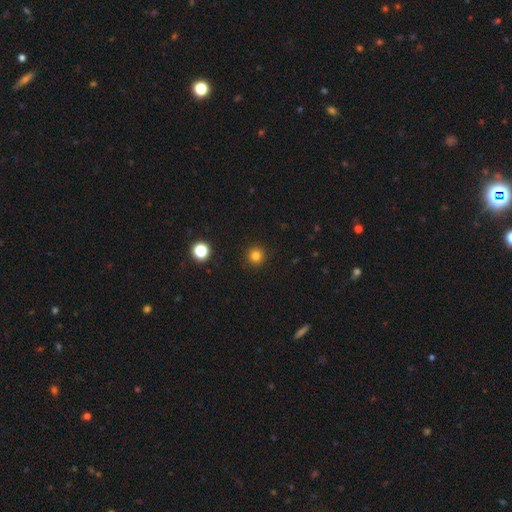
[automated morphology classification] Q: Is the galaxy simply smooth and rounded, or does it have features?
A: smooth — 82%.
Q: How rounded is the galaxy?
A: round — 95%.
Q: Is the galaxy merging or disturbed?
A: none — 92%.